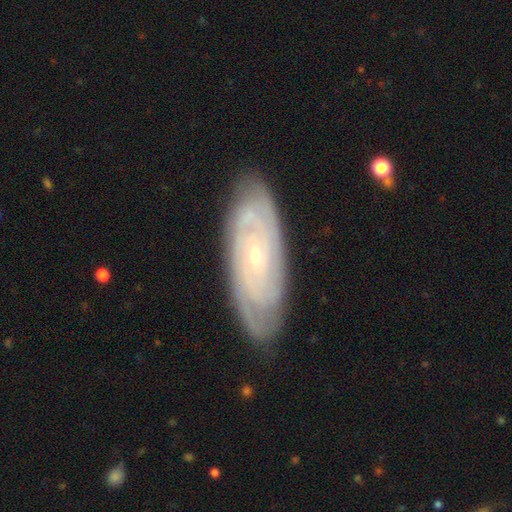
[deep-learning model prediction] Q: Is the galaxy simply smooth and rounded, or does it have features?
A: featured or disk — 83%.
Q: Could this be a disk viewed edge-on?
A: no — 90%.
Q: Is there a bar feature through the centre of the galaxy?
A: no — 71%.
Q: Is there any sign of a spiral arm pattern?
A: yes — 96%.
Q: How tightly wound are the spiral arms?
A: tight — 81%.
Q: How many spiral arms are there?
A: can't tell — 40%.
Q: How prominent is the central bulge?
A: small — 81%.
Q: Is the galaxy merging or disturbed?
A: none — 84%.